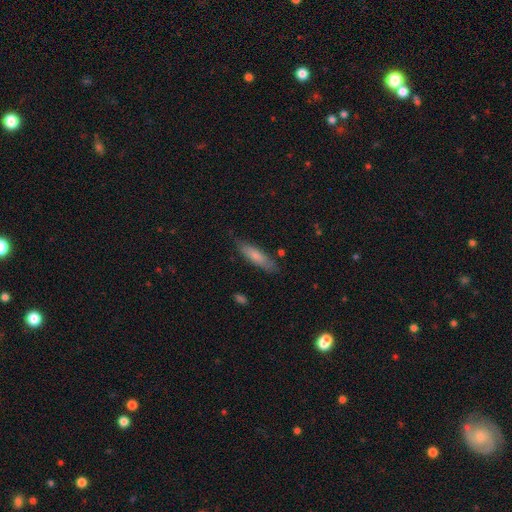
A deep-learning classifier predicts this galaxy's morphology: Smooth or featured? smooth (73%)
How rounded? cigar-shaped (68%)
Merging? none (78%)